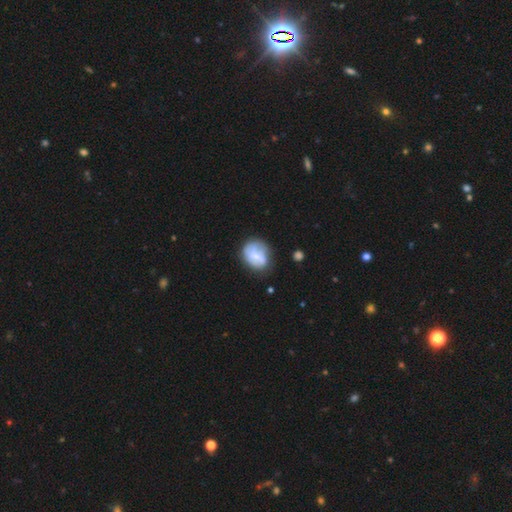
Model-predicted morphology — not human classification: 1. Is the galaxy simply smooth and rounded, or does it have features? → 53% smooth, 39% featured or disk, 8% star or artifact.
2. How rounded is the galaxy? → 51% round, 48% in between, 1% cigar-shaped.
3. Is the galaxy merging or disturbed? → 56% none, 27% minor disturbance, 12% major disturbance, 6% merger.